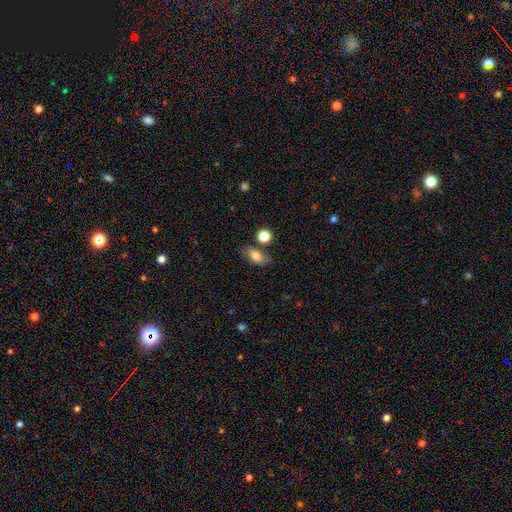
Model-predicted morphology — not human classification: Smooth or featured? smooth (76%)
How rounded? in between (82%)
Merging? none (72%)